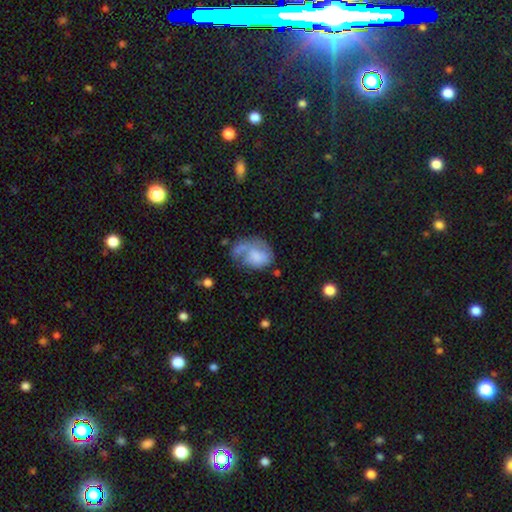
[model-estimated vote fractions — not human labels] smooth 49%, featured or disk 43%, star or artifact 8%. Down the decision tree: merging — major disturbance (33%).